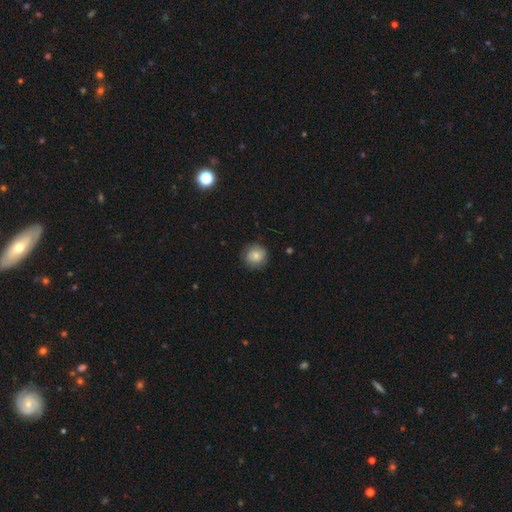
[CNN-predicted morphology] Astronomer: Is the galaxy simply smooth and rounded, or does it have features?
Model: smooth — 79%.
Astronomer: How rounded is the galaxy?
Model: round — 91%.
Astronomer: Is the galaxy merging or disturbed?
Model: none — 85%.